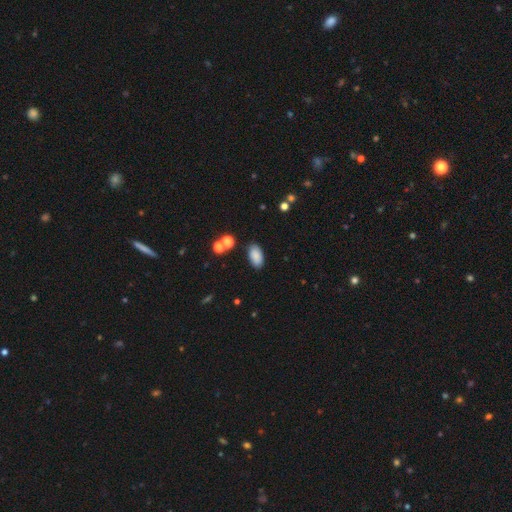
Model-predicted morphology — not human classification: The model was most divided on "merging": none: 84%, minor disturbance: 10%, merger: 3%, major disturbance: 3%. More confident: how rounded — in between (94%); smooth or featured — smooth (85%).